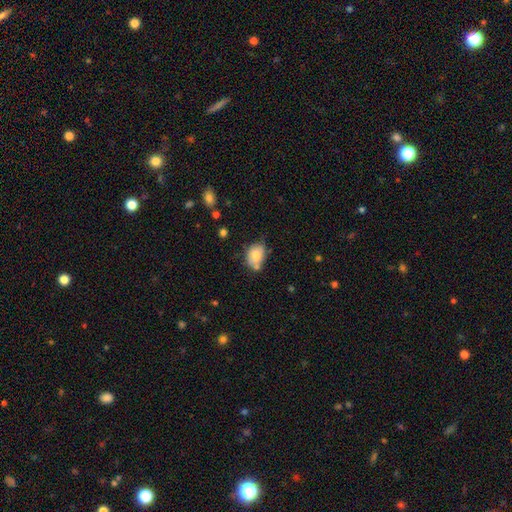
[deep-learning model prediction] smooth-or-featured: smooth: 76% | featured or disk: 16% | star or artifact: 9%
  how-rounded: in between: 68% | round: 31% | cigar-shaped: 1%
  merging: none: 47% | minor disturbance: 31% | merger: 14% | major disturbance: 8%